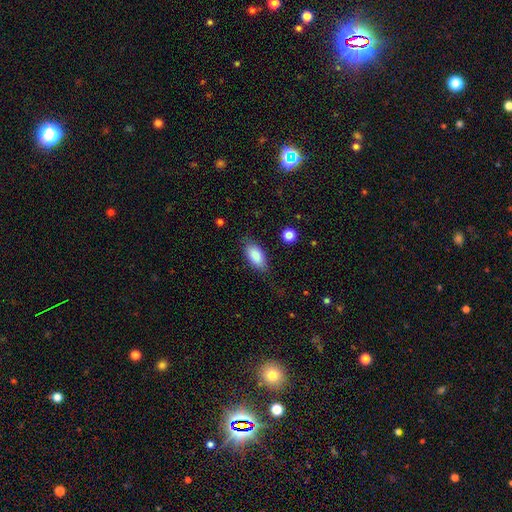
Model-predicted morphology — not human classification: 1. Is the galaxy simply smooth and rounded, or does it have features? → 85% smooth, 8% featured or disk, 6% star or artifact.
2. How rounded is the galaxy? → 90% in between, 8% cigar-shaped, 3% round.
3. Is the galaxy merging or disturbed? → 79% none, 16% minor disturbance, 4% major disturbance, 2% merger.